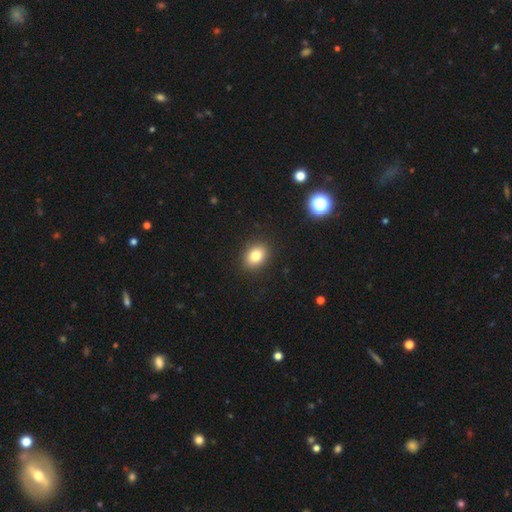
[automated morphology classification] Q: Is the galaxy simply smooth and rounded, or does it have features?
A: smooth — 81%.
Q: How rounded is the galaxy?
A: in between — 60%.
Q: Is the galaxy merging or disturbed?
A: none — 90%.